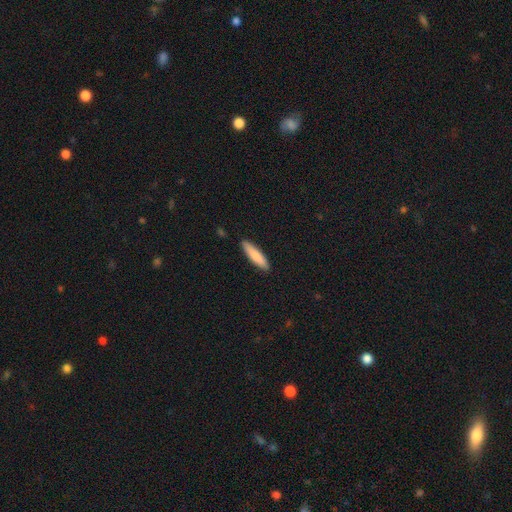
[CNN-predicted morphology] The model was most divided on "how rounded": cigar-shaped: 77%, in between: 21%, round: 1%. More confident: merging — none (90%); smooth or featured — smooth (82%).